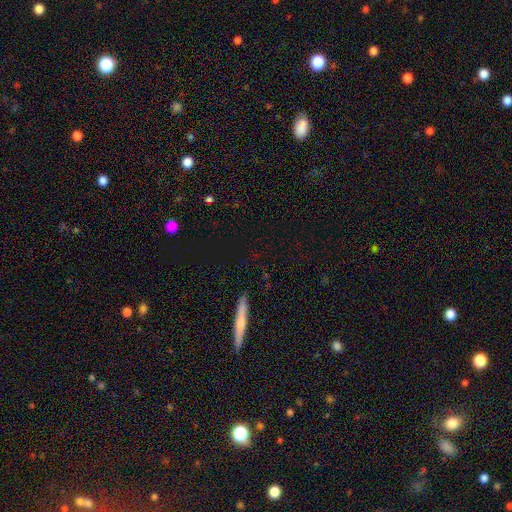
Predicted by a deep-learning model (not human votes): Smooth or featured: star or artifact — 45% (smooth — 41%)